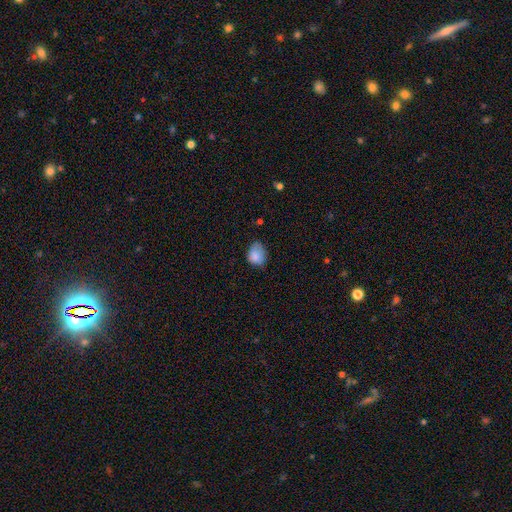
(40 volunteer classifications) Volunteers were most divided on "how rounded": in between: 52%, round: 45%, cigar-shaped: 3%. More confident: smooth or featured — smooth (82%); merging — minor disturbance (51%).